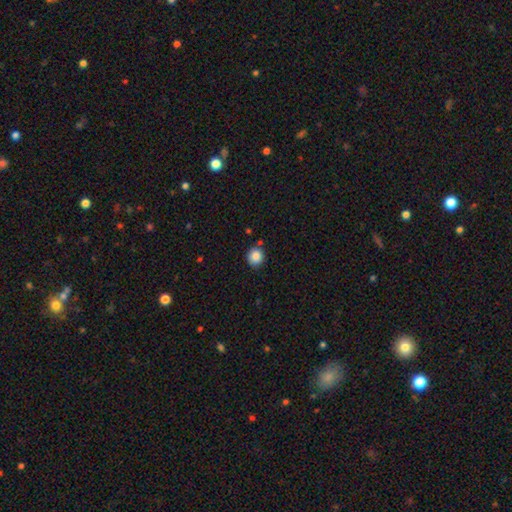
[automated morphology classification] Smooth or featured? smooth (86%)
How rounded? round (86%)
Merging? none (83%)